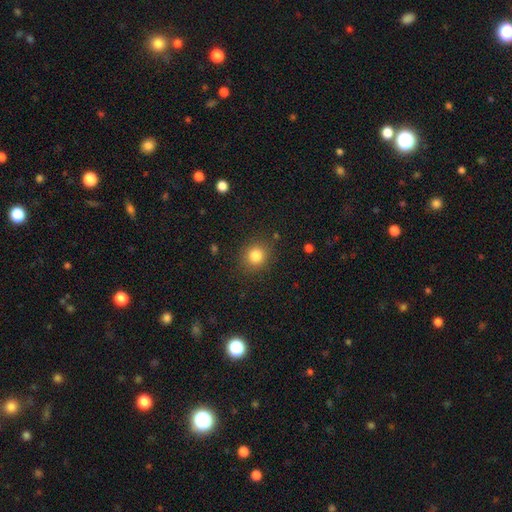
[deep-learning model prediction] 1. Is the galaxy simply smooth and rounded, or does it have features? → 82% smooth, 12% star or artifact, 6% featured or disk.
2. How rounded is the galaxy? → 84% round, 15% in between, 1% cigar-shaped.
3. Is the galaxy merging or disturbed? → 86% none, 9% minor disturbance, 3% major disturbance, 2% merger.